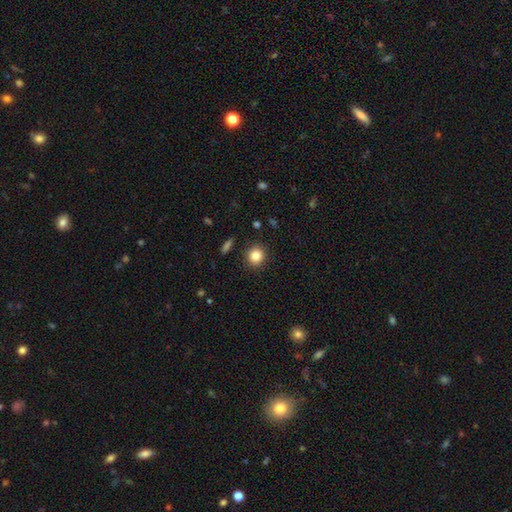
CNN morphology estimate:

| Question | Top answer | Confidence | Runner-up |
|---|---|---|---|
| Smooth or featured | smooth | 84% | star or artifact (10%) |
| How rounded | round | 87% | in between (12%) |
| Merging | none | 90% | minor disturbance (7%) |